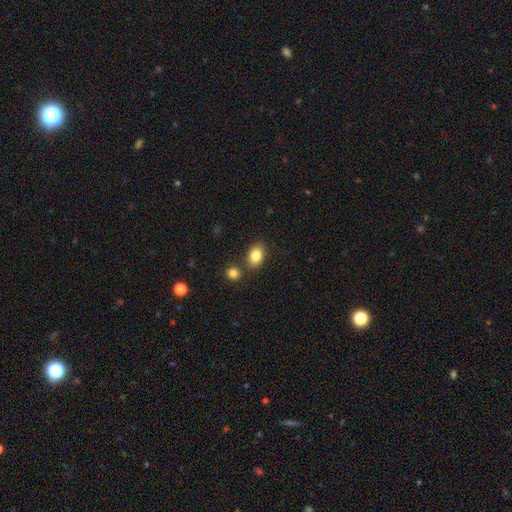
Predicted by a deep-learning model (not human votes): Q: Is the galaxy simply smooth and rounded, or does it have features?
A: smooth — 85%.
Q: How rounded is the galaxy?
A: in between — 74%.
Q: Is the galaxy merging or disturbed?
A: none — 75%.